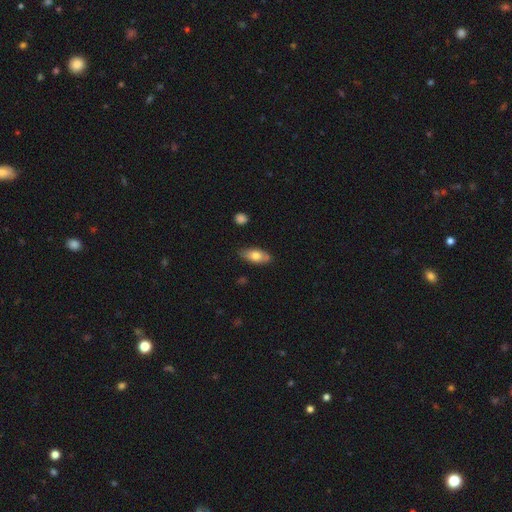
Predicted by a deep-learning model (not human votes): smooth_or_featured: smooth (p=0.70) [alt: featured or disk p=0.23]
how_rounded: in between (p=0.83) [alt: cigar-shaped p=0.13]
merging: none (p=0.81) [alt: minor disturbance p=0.15]